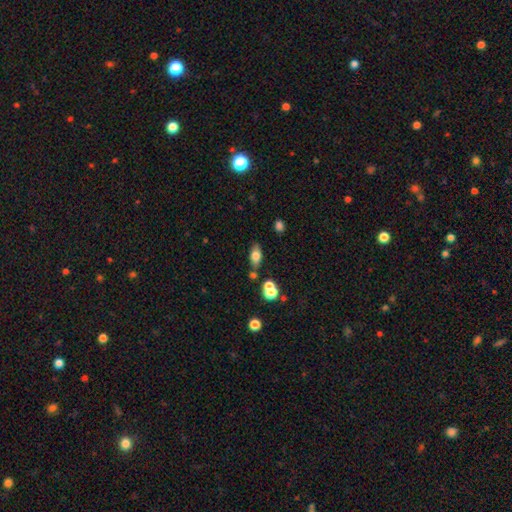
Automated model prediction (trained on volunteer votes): Morphology: type=smooth (73%); roundness=in between (84%); merging=none (74%).